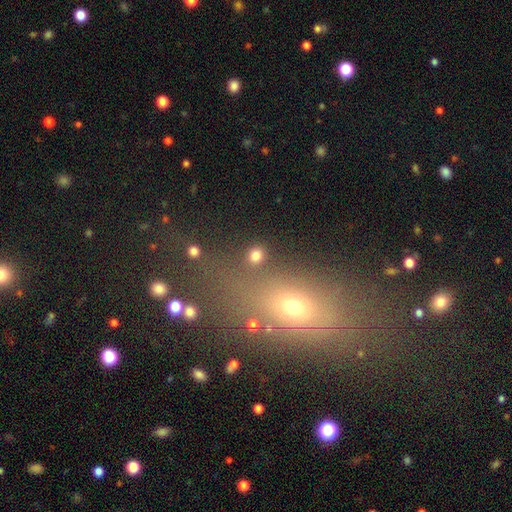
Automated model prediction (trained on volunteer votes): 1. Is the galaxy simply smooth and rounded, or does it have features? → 81% smooth, 14% star or artifact, 6% featured or disk.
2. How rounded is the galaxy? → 80% round, 18% in between, 2% cigar-shaped.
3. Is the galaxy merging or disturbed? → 83% none, 7% minor disturbance, 7% merger, 4% major disturbance.